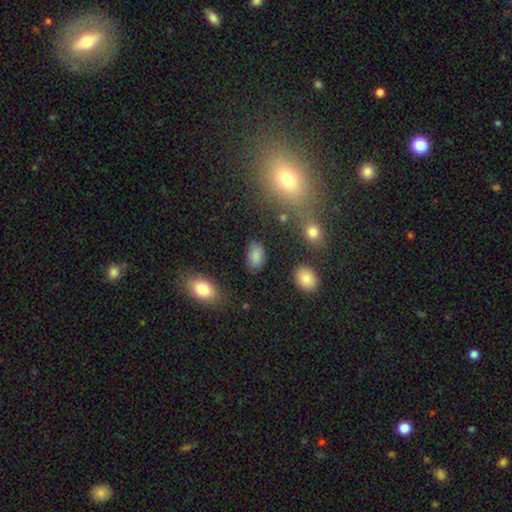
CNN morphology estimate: A smooth galaxy with no disk features (82%) that is in between round and cigar-shaped (92%). Merging: none (81%).